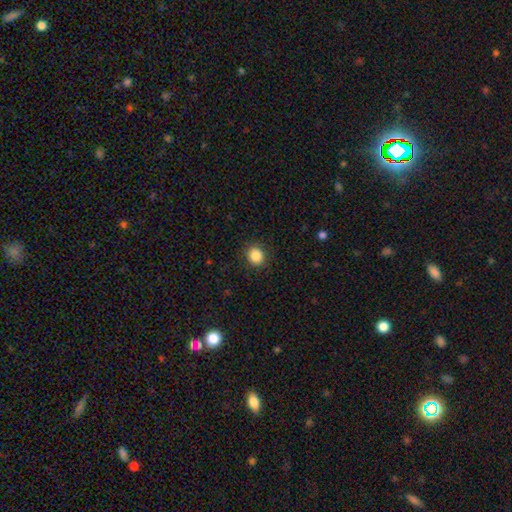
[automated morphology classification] smooth_or_featured: smooth (p=0.86) [alt: star or artifact p=0.10]
how_rounded: round (p=0.79) [alt: in between p=0.20]
merging: none (p=0.90) [alt: minor disturbance p=0.07]